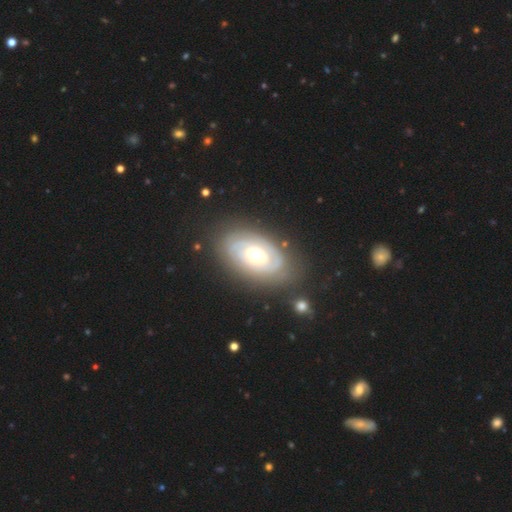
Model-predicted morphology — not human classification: Smooth or featured: featured or disk — 78% (smooth — 17%)
Edge-on disk: no — 94% (yes — 6%)
Bar: no — 76% (weak — 18%)
Spiral arms: yes — 80% (no — 20%)
Spiral winding: tight — 74% (medium — 19%)
Spiral arm count: 2 — 40% (can't tell — 36%)
Bulge size: moderate — 74% (large — 14%)
Merging: none — 77% (minor disturbance — 15%)